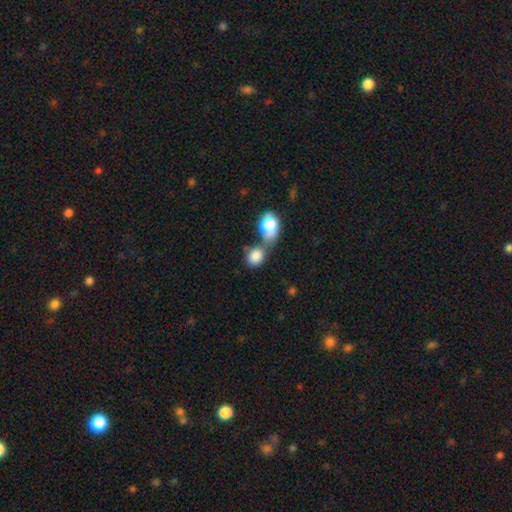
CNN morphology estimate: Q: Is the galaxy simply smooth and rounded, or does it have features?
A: smooth — 83%.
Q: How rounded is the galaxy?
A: round — 65%.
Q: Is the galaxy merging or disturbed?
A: merger — 50%.